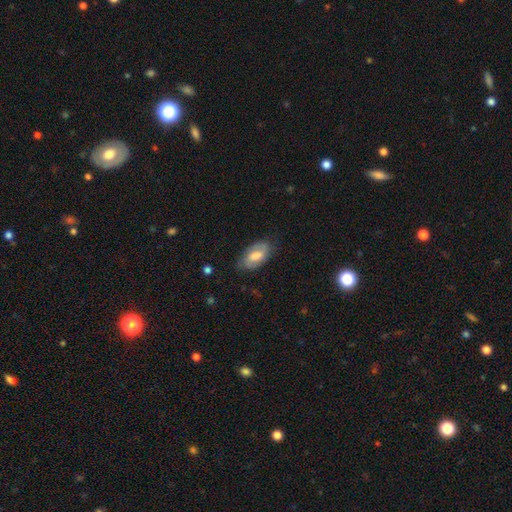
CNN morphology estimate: A smooth galaxy with no disk features (53%) that is in between round and cigar-shaped (92%).

Vote fractions:
- Smooth or featured? smooth: 53% / featured or disk: 40% / star or artifact: 7%
- How rounded? in between: 92% / cigar-shaped: 4% / round: 3%
- Merging? none: 76% / minor disturbance: 18% / major disturbance: 5% / merger: 1%